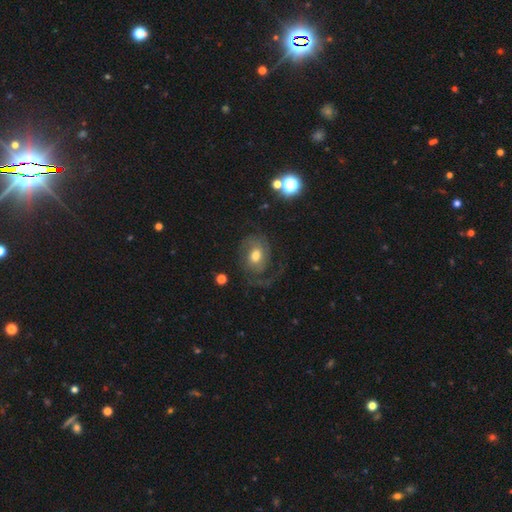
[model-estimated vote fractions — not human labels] Smooth or featured? featured or disk (72%)
Edge-on disk? no (97%)
Bar? no (59%)
Spiral arms? yes (89%)
Spiral winding? medium (43%)
Spiral arm count? 2 (54%)
Bulge size? moderate (69%)
Merging? none (52%)